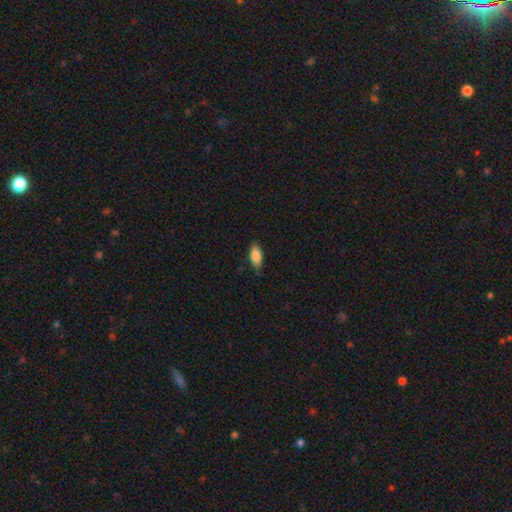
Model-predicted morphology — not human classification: Smooth or featured? Predicted: smooth (p=0.84). How rounded? Predicted: in between (p=0.86). Merging? Predicted: none (p=0.80).